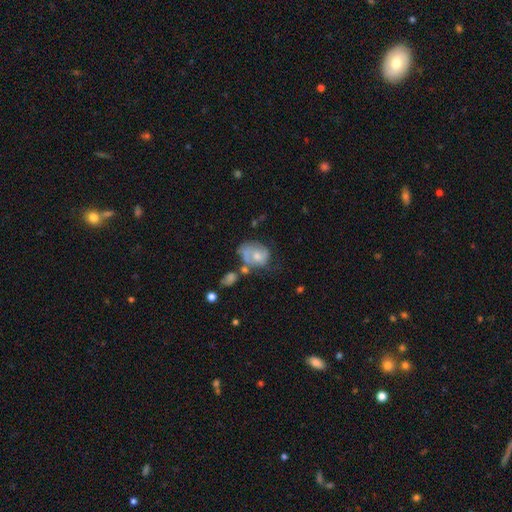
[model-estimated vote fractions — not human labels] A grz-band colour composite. It shows a featured or disk galaxy (46%, tied with smooth). Merging: none (33%).